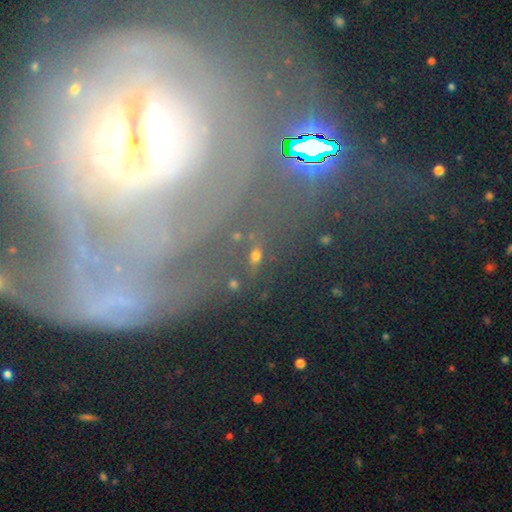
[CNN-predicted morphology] A smooth galaxy with no disk features (50%) that is in between round and cigar-shaped (56%). Merging: none (73%).